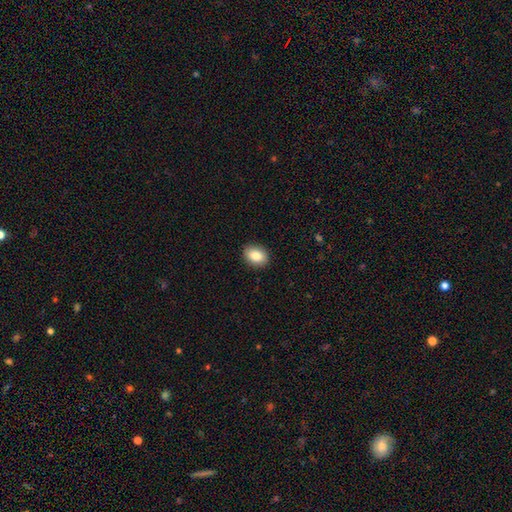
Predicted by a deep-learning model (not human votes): The model was most divided on "how rounded": in between: 70%, round: 29%, cigar-shaped: 1%. More confident: merging — none (90%); smooth or featured — smooth (86%).